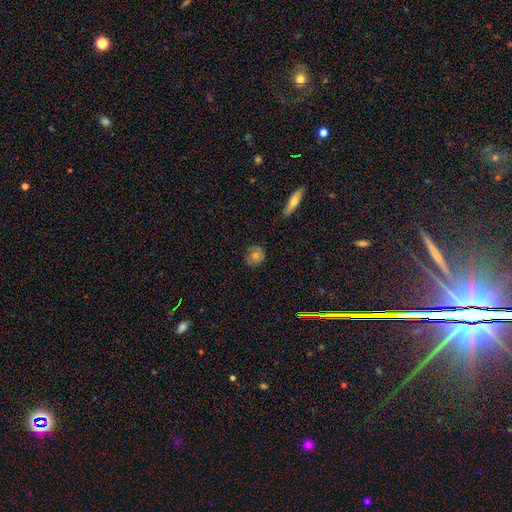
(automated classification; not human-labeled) Morphology: type=smooth (56%); roundness=round (82%); merging=none (78%).